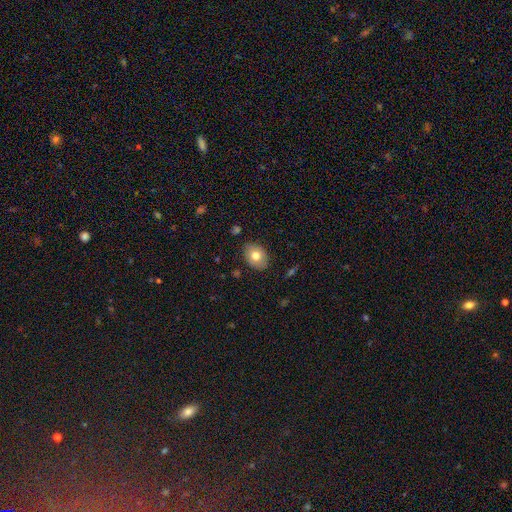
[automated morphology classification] type=smooth (75%); roundness=in between (76%); merging=none (86%).